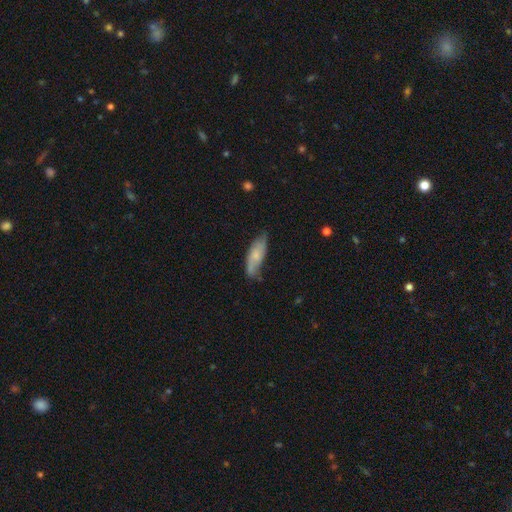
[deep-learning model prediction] smooth 61%, featured or disk 32%, star or artifact 7%. Down the decision tree: how rounded — in between (65%); merging — none (58%).